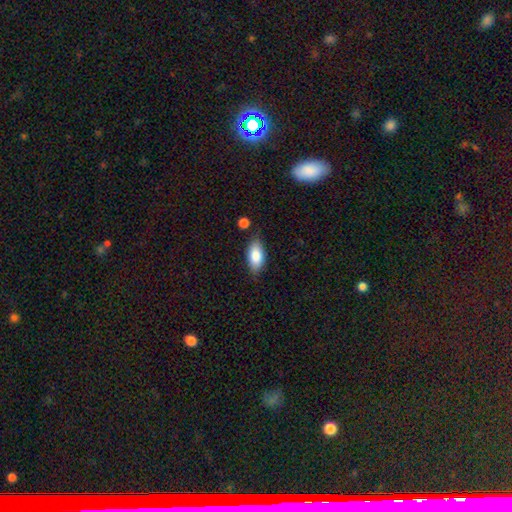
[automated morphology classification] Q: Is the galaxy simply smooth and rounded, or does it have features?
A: smooth — 83%.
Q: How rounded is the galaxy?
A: in between — 90%.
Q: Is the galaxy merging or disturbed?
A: none — 74%.